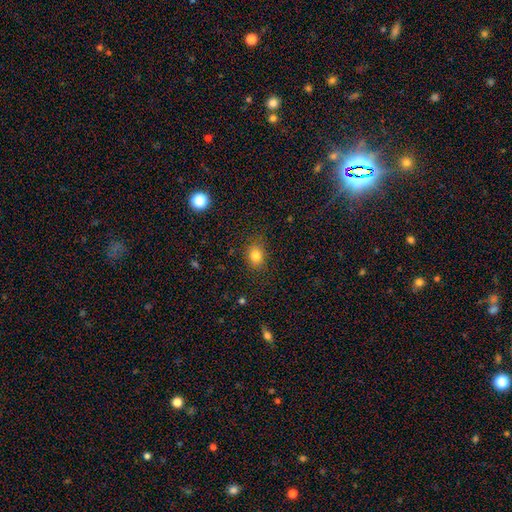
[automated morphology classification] Overall: smooth (82%). How rounded: round (51%; in between 48%). Merging: none (82%).